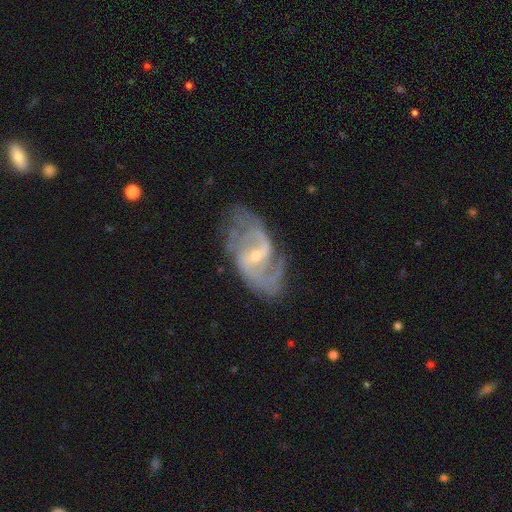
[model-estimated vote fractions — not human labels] A featured or disk galaxy (88%) with a weak bar (52%), 2 (70%) medium (48%) spiral arms (95%) and a small central bulge (71%).

Vote fractions:
- Smooth or featured? featured or disk: 88% / star or artifact: 6% / smooth: 6%
- Edge-on disk? no: 97% / yes: 3%
- Bar? weak: 52% / no: 24% / strong: 23%
- Spiral arms? yes: 95% / no: 5%
- Spiral winding? medium: 48% / loose: 30% / tight: 22%
- Spiral arm count? 2: 70% / can't tell: 13% / 3: 8% / 1: 4% / 4: 3% / more than 4: 3%
- Bulge size? small: 71% / moderate: 26% / none: 2% / large: 1% / dominant: 1%
- Merging? none: 64% / minor disturbance: 21% / major disturbance: 13% / merger: 2%